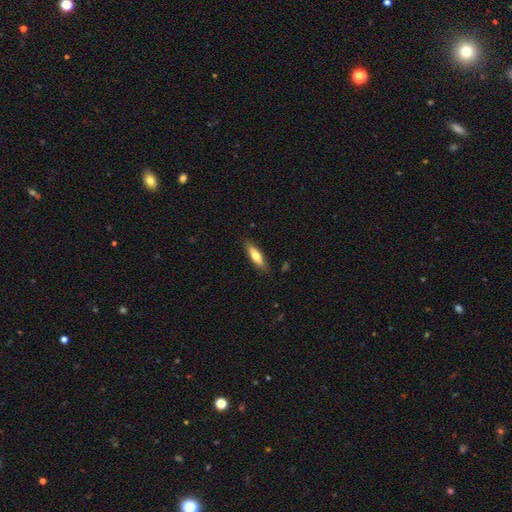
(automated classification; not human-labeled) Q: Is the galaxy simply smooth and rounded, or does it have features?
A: smooth — 59%.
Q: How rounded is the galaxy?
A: cigar-shaped — 64%.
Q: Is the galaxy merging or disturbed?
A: none — 85%.